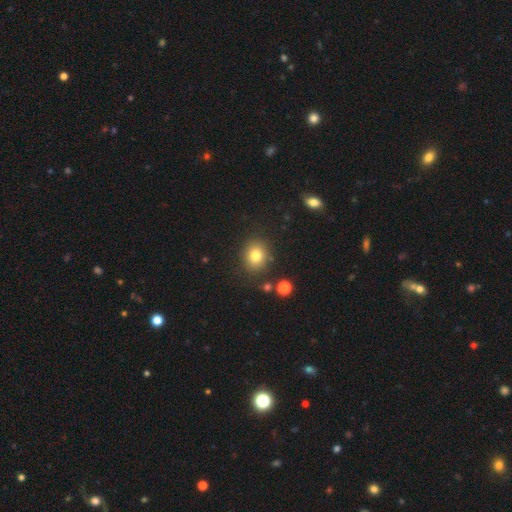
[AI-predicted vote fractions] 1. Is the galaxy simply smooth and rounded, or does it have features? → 80% smooth, 12% star or artifact, 8% featured or disk.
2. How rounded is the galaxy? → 72% round, 27% in between, 1% cigar-shaped.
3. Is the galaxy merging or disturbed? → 84% none, 9% minor disturbance, 4% merger, 3% major disturbance.